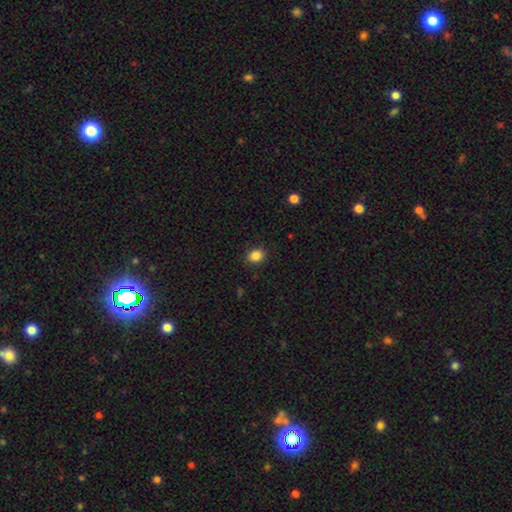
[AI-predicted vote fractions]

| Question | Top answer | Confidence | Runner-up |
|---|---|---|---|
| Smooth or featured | smooth | 86% | star or artifact (10%) |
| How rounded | round | 58% | in between (41%) |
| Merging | none | 89% | minor disturbance (8%) |